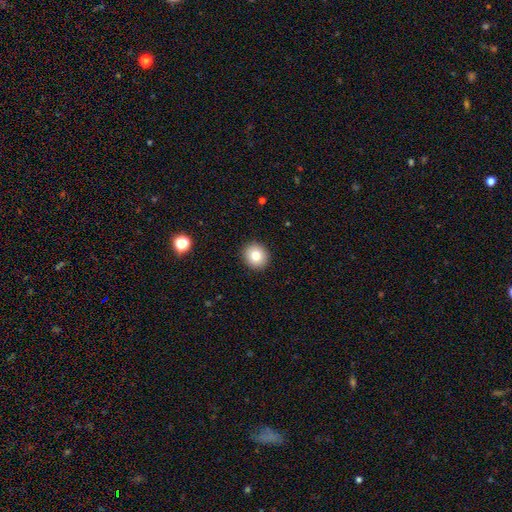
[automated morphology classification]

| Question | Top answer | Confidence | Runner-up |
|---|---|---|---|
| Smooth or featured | smooth | 81% | star or artifact (10%) |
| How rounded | round | 87% | in between (12%) |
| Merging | none | 92% | minor disturbance (5%) |